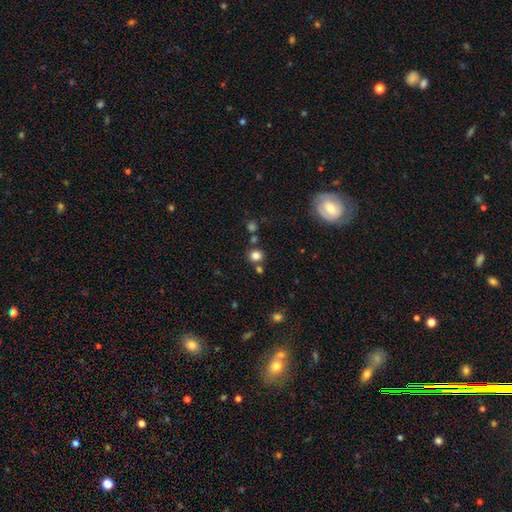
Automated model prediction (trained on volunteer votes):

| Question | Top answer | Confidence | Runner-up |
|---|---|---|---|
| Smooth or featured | smooth | 80% | star or artifact (14%) |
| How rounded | round | 85% | in between (14%) |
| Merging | none | 75% | merger (13%) |